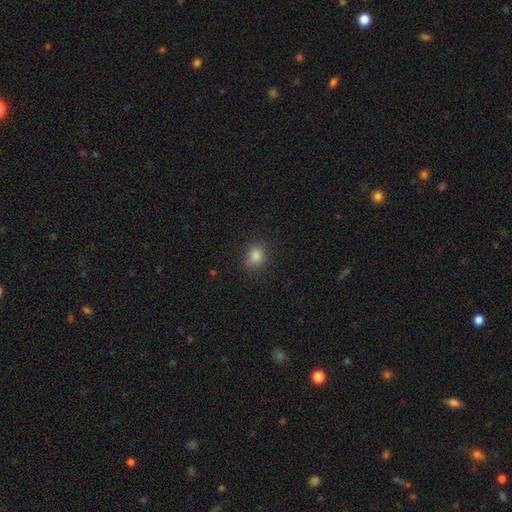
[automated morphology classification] smooth_or_featured: smooth (p=0.84) [alt: star or artifact p=0.12]
how_rounded: round (p=0.60) [alt: in between p=0.39]
merging: none (p=0.80) [alt: minor disturbance p=0.15]